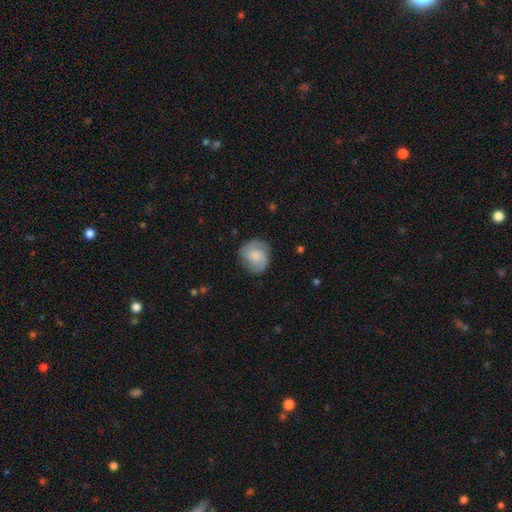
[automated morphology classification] Smooth or featured?
  - smooth: 48% *
  - featured or disk: 45%
  - star or artifact: 7%
Merging?
  - none: 69% *
  - minor disturbance: 21%
  - major disturbance: 8%
  - merger: 1%